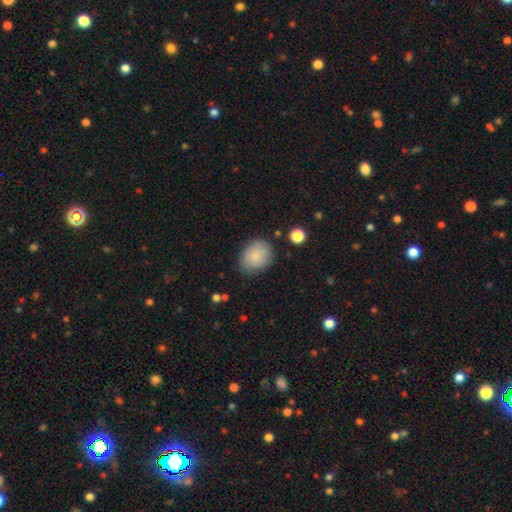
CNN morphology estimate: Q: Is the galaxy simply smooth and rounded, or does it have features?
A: smooth — 85%.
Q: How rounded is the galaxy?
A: in between — 50%.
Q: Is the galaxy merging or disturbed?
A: none — 75%.